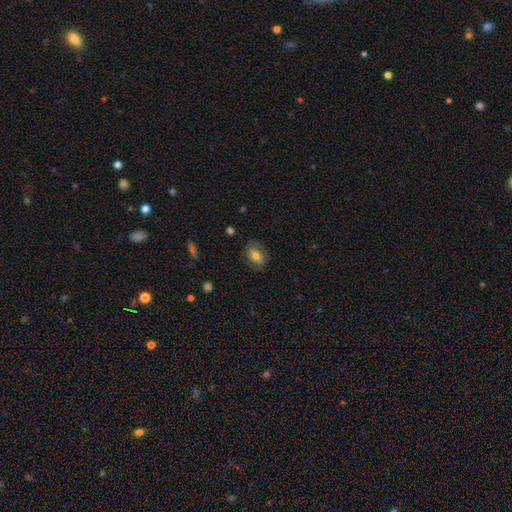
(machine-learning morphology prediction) Q: Smooth or featured?
A: smooth (68%); runner-up: featured or disk (23%)
Q: How rounded?
A: in between (77%); runner-up: round (21%)
Q: Merging?
A: none (77%); runner-up: minor disturbance (16%)